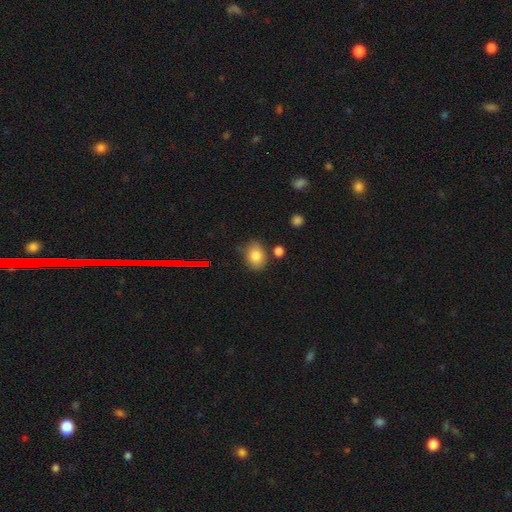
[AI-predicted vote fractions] A smooth galaxy with no disk features (81%) that is in between round and cigar-shaped (66%).

Vote fractions:
- Smooth or featured? smooth: 81% / star or artifact: 11% / featured or disk: 8%
- How rounded? in between: 66% / round: 33% / cigar-shaped: 1%
- Merging? none: 74% / minor disturbance: 16% / merger: 6% / major disturbance: 4%